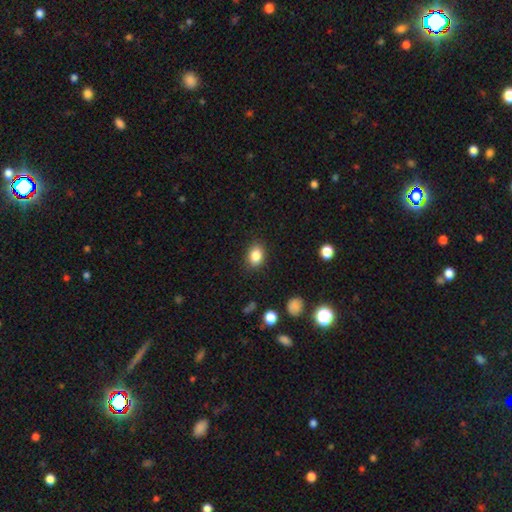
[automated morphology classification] type=smooth (85%); roundness=in between (68%); merging=none (85%).